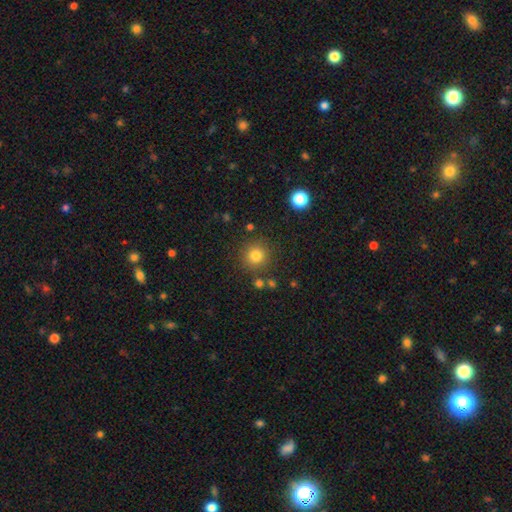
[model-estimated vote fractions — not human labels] Smooth or featured?
  - smooth: 80% *
  - star or artifact: 13%
  - featured or disk: 7%
How rounded?
  - round: 94% *
  - in between: 5%
  - cigar-shaped: 1%
Merging?
  - none: 85% *
  - minor disturbance: 8%
  - merger: 4%
  - major disturbance: 3%